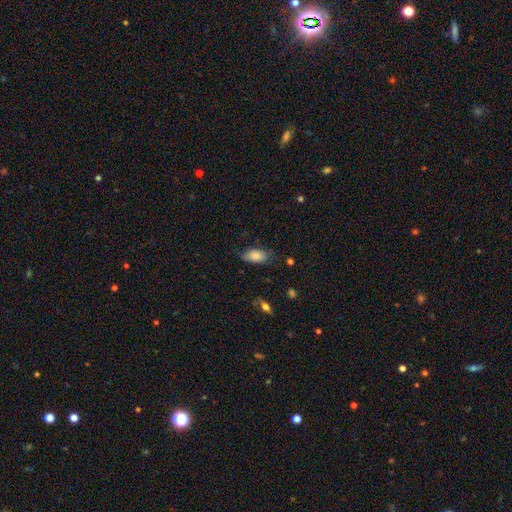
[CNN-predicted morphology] This appears to be a smooth galaxy with no disk features (84%) that is in between round and cigar-shaped (90%). Merging: none (69%).